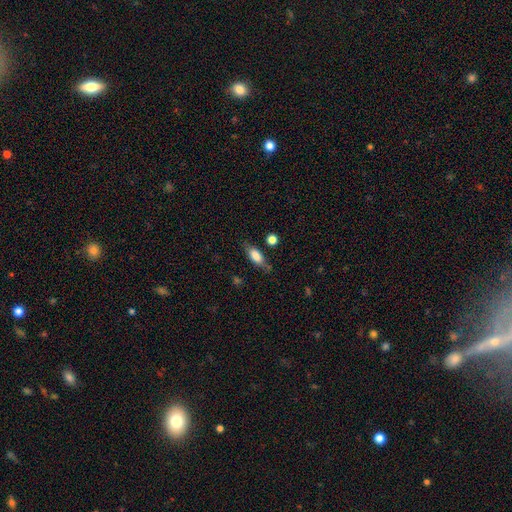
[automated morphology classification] smooth-or-featured: smooth: 75% | featured or disk: 17% | star or artifact: 8%
  how-rounded: in between: 72% | cigar-shaped: 23% | round: 4%
  merging: none: 69% | minor disturbance: 20% | major disturbance: 6% | merger: 4%